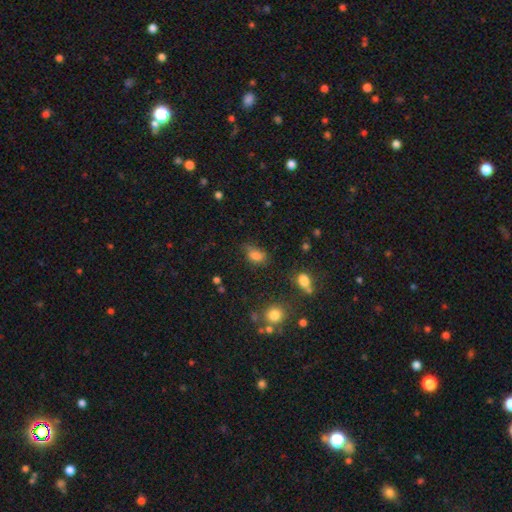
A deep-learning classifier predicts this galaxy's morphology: Overall: smooth (76%). How rounded: in between (80%). Merging: none (49%; minor disturbance 33%).